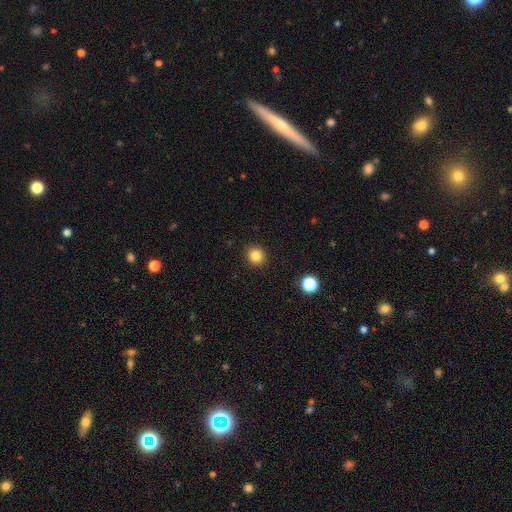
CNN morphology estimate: This appears to be a smooth galaxy with no disk features (84%) that is round (89%). Merging: none (92%).